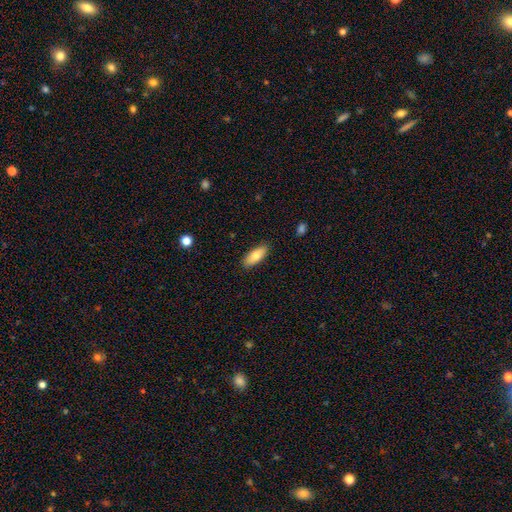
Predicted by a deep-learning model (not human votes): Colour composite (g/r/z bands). It shows a smooth galaxy with no disk features (77%) that is in between round and cigar-shaped (75%). Merging: none (88%).